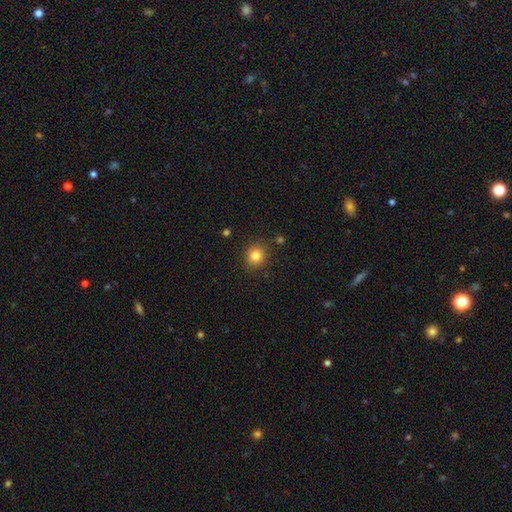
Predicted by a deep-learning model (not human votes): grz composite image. It shows a smooth galaxy with no disk features (83%) that is round (88%). Merging: none (87%).